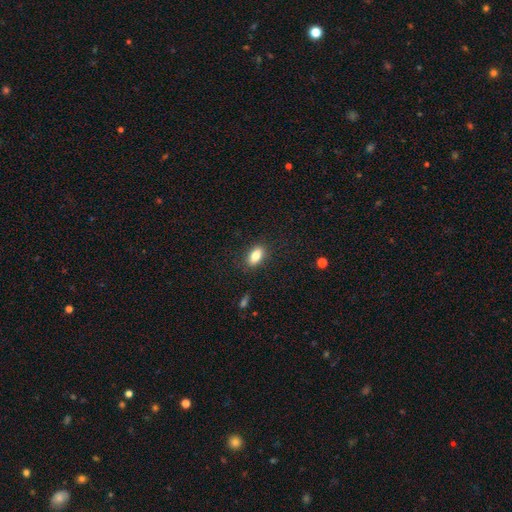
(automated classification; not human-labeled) smooth 82%, featured or disk 10%, star or artifact 8%. Down the decision tree: how rounded — in between (87%); merging — none (86%).